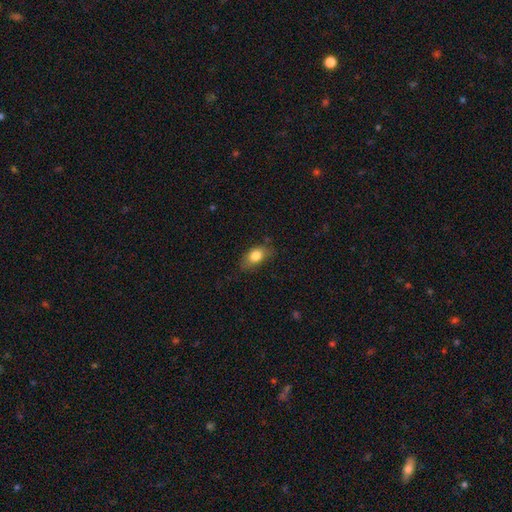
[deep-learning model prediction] A smooth galaxy with no disk features (81%) that is in between round and cigar-shaped (82%).

Vote fractions:
- Smooth or featured? smooth: 81% / featured or disk: 11% / star or artifact: 8%
- How rounded? in between: 82% / round: 14% / cigar-shaped: 4%
- Merging? none: 69% / minor disturbance: 24% / major disturbance: 6% / merger: 1%